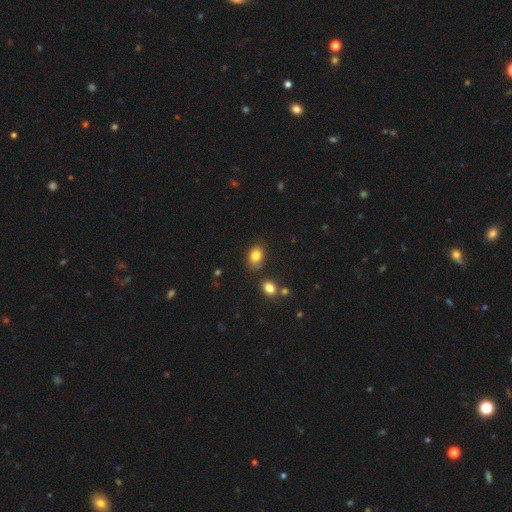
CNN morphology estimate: This appears to be a smooth galaxy with no disk features (83%) that is in between round and cigar-shaped (71%). Merging: none (76%).